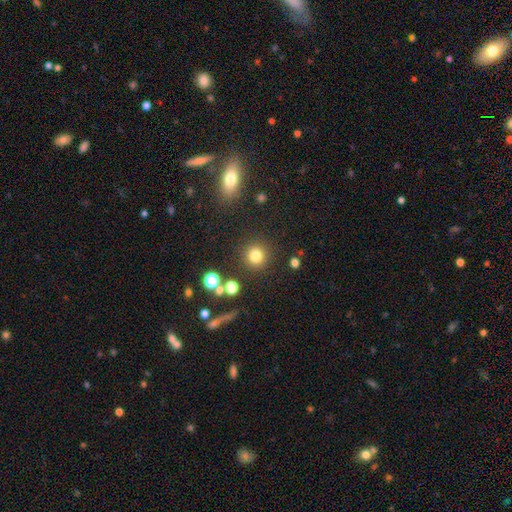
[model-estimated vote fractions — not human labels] Q: Smooth or featured?
A: smooth (79%); runner-up: star or artifact (15%)
Q: How rounded?
A: round (93%); runner-up: in between (6%)
Q: Merging?
A: none (87%); runner-up: minor disturbance (7%)